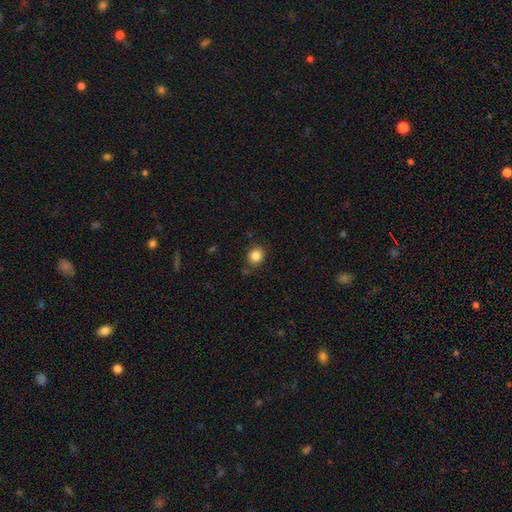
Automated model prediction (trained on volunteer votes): smooth 85%, star or artifact 11%, featured or disk 5%. Down the decision tree: how rounded — round (76%); merging — none (81%).